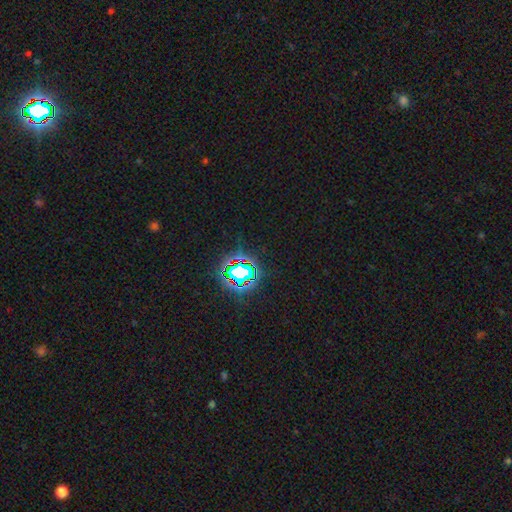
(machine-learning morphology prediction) This is clearly a star or artifact rather than a galaxy (80%).